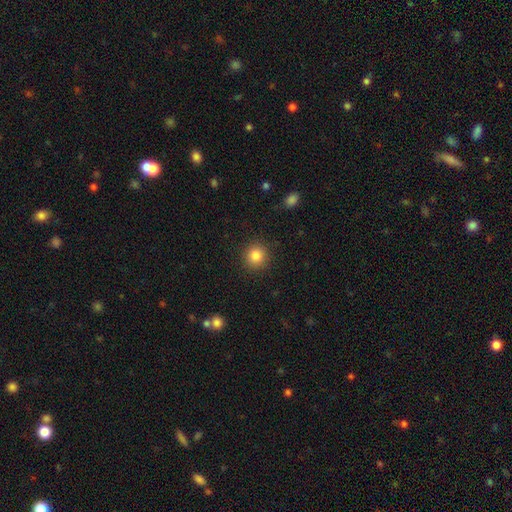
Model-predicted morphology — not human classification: Smooth or featured: smooth — 84% (star or artifact — 11%)
How rounded: round — 93% (in between — 6%)
Merging: none — 91% (minor disturbance — 6%)